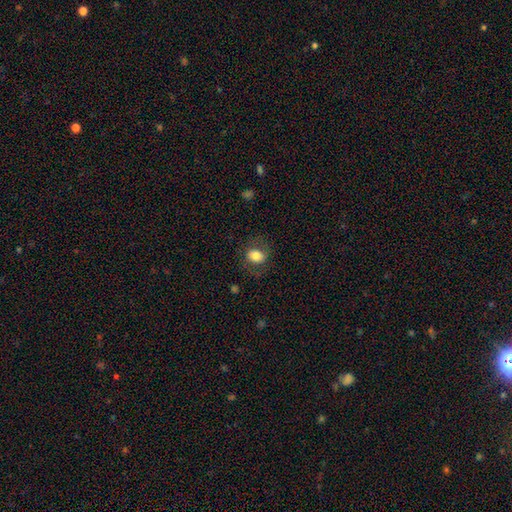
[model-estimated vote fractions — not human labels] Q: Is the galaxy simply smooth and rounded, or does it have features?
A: smooth — 75%.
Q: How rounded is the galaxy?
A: round — 50%.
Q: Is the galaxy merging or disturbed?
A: none — 76%.